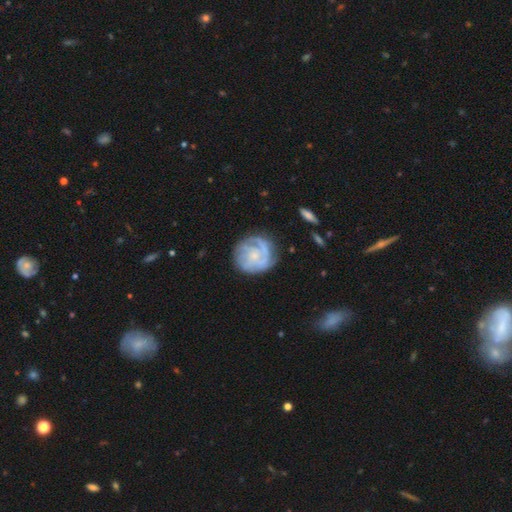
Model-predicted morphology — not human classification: Smooth or featured?
  - featured or disk: 74% *
  - smooth: 20%
  - star or artifact: 6%
Edge-on disk?
  - no: 98% *
  - yes: 2%
Bar?
  - no: 75% *
  - weak: 21%
  - strong: 3%
Spiral arms?
  - yes: 88% *
  - no: 12%
Spiral winding?
  - tight: 62% *
  - medium: 28%
  - loose: 10%
Spiral arm count?
  - can't tell: 36% *
  - 3: 25%
  - 2: 17%
  - 4: 10%
  - 1: 7%
  - more than 4: 5%
Bulge size?
  - small: 64% *
  - moderate: 21%
  - none: 12%
  - large: 2%
  - dominant: 1%
Merging?
  - none: 71% *
  - minor disturbance: 19%
  - major disturbance: 9%
  - merger: 2%